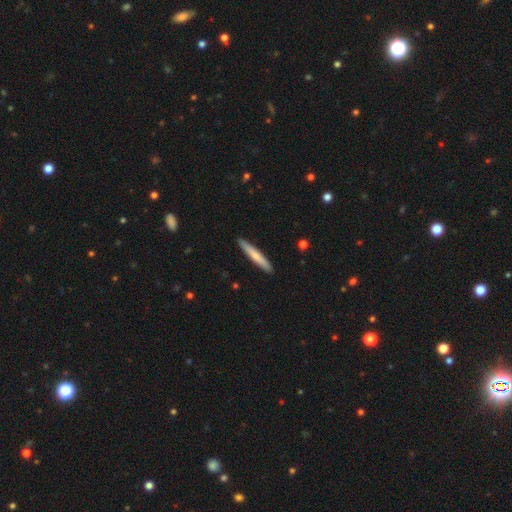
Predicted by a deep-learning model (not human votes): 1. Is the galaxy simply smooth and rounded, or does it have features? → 66% smooth, 29% featured or disk, 5% star or artifact.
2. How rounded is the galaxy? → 95% cigar-shaped, 4% in between, 1% round.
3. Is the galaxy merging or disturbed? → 91% none, 7% minor disturbance, 1% major disturbance, 1% merger.